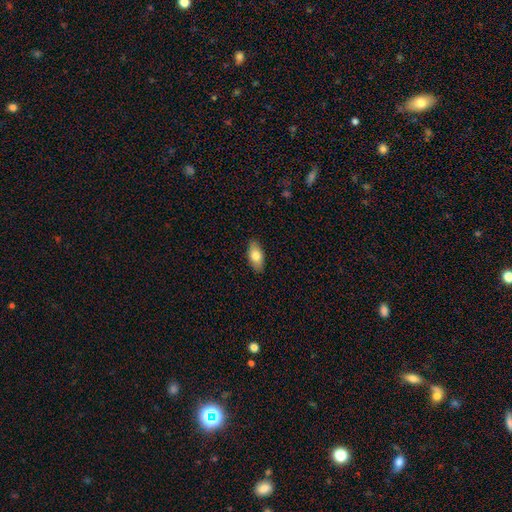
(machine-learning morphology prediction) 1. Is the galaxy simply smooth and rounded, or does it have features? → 77% smooth, 17% featured or disk, 7% star or artifact.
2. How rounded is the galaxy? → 89% in between, 7% cigar-shaped, 3% round.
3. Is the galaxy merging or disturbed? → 88% none, 9% minor disturbance, 2% major disturbance, 1% merger.